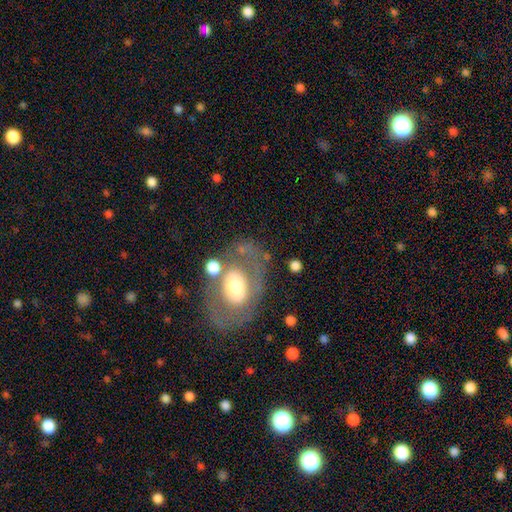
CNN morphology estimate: This is possibly a featured or disk galaxy (60%). It is clearly not viewed edge-on (93%). Bar: likely no (70%). Spiral arm pattern: likely no (66%). Central bulge: possibly moderate (54%). Merging: likely none (70%).